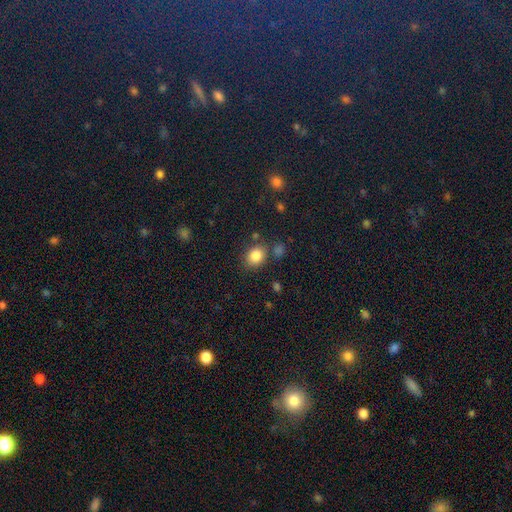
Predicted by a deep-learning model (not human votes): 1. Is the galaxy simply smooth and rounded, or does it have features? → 84% smooth, 10% star or artifact, 6% featured or disk.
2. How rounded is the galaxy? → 53% round, 46% in between, 1% cigar-shaped.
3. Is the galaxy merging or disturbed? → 77% none, 12% minor disturbance, 8% merger, 4% major disturbance.